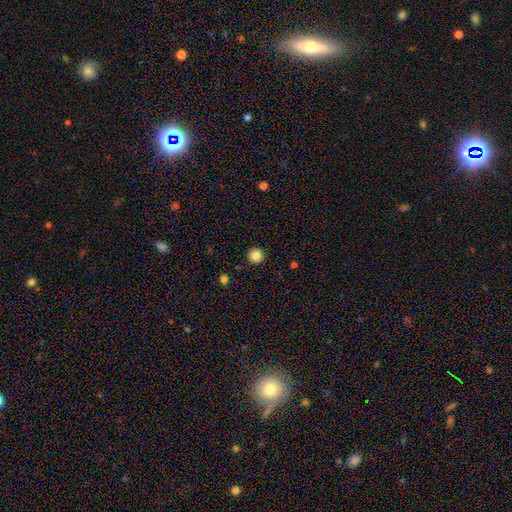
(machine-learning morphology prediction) Q: Smooth or featured?
A: smooth (85%); runner-up: star or artifact (11%)
Q: How rounded?
A: round (96%); runner-up: in between (3%)
Q: Merging?
A: none (93%); runner-up: minor disturbance (5%)